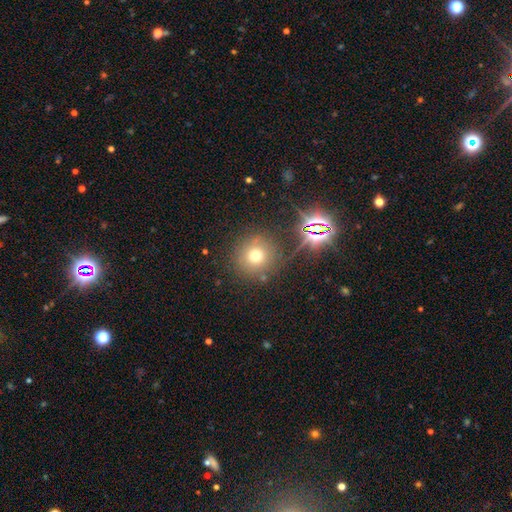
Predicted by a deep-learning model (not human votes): Smooth or featured: smooth — 64% (star or artifact — 24%)
How rounded: round — 93% (in between — 6%)
Merging: none — 82% (minor disturbance — 9%)